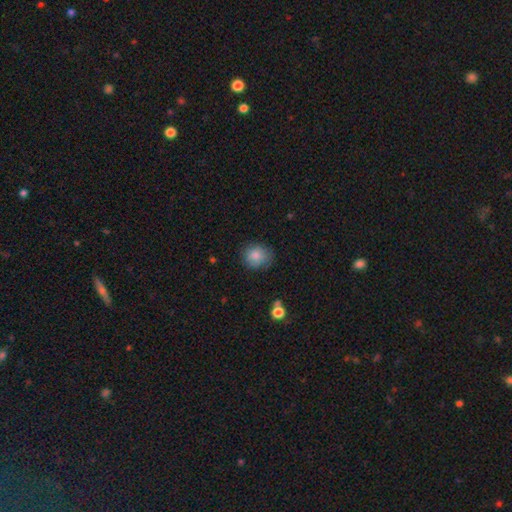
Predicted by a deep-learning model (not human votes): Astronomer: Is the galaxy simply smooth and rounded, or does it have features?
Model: smooth — 84%.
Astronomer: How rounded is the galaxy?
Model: round — 74%.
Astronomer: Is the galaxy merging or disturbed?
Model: none — 74%.